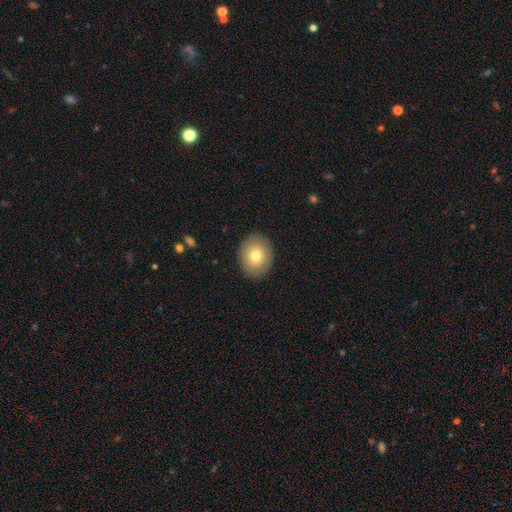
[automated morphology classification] The model was most divided on "how rounded": round: 52%, in between: 48%, cigar-shaped: 1%. More confident: merging — none (88%); smooth or featured — smooth (72%).